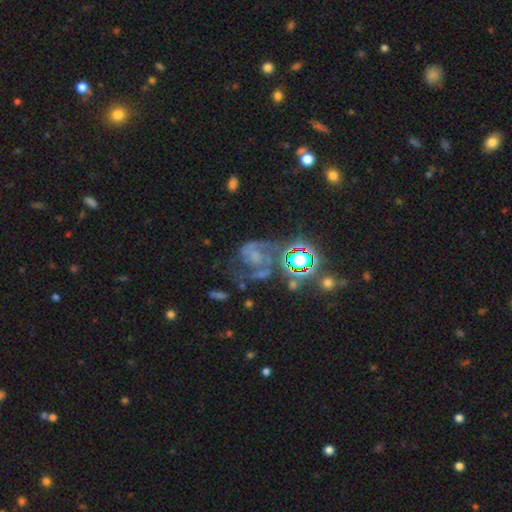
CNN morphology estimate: featured or disk 53%, star or artifact 26%, smooth 20%. Down the decision tree: edge-on disk — no (97%); bar — no (64%); spiral arms — yes (72%); bulge size — none (40%); merging — none (37%).